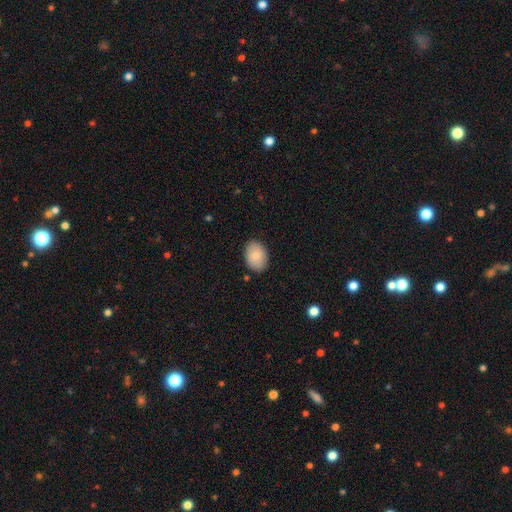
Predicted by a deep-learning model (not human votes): This is clearly a smooth galaxy (85%). How rounded: clearly in between (82%). Merging: clearly none (87%).